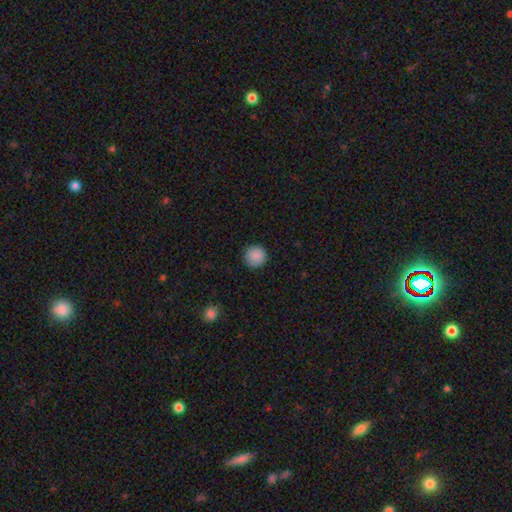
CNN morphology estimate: smooth_or_featured: smooth (p=0.89) [alt: star or artifact p=0.08]
how_rounded: round (p=0.96) [alt: in between p=0.03]
merging: none (p=0.92) [alt: minor disturbance p=0.06]